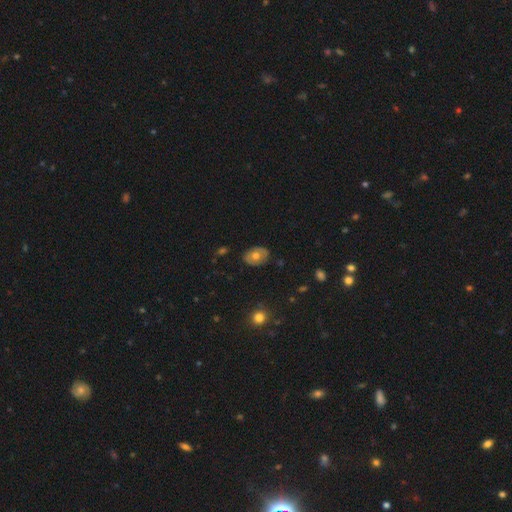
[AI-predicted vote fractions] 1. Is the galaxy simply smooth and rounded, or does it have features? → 58% smooth, 34% featured or disk, 8% star or artifact.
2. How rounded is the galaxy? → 74% in between, 25% round, 1% cigar-shaped.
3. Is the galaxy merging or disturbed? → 84% none, 13% minor disturbance, 3% major disturbance, 1% merger.